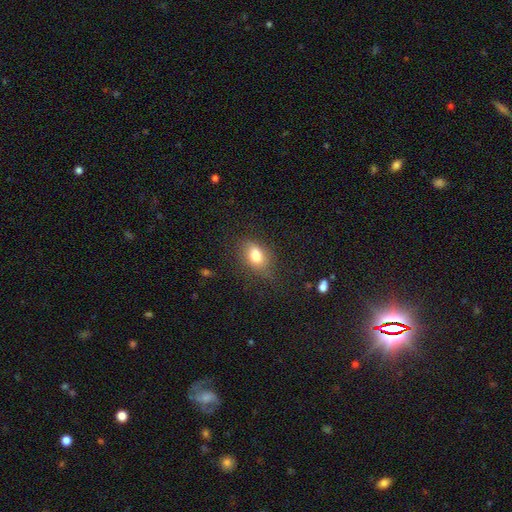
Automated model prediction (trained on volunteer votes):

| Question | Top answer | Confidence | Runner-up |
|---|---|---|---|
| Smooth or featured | smooth | 78% | featured or disk (12%) |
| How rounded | in between | 80% | round (18%) |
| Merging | none | 69% | minor disturbance (22%) |